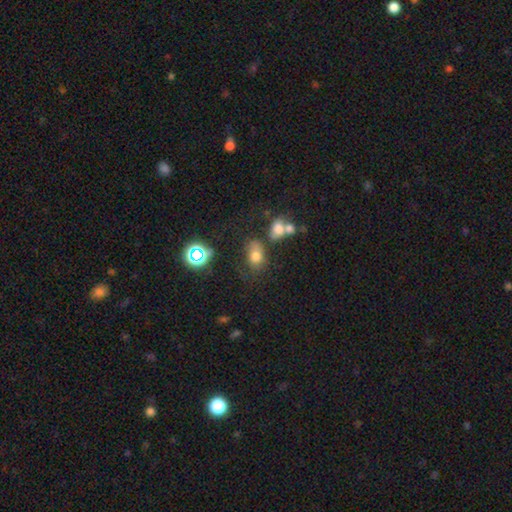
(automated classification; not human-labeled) This is likely a smooth galaxy (69%). How rounded: likely in between (75%). Merging: possibly none (47%).